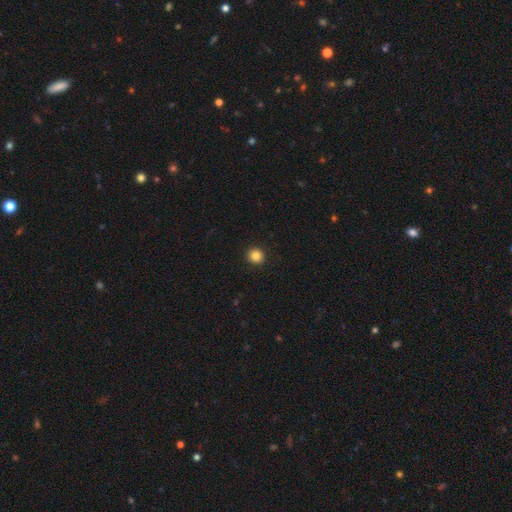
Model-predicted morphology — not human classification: A smooth galaxy with no disk features (85%) that is round (93%). Merging: none (93%).